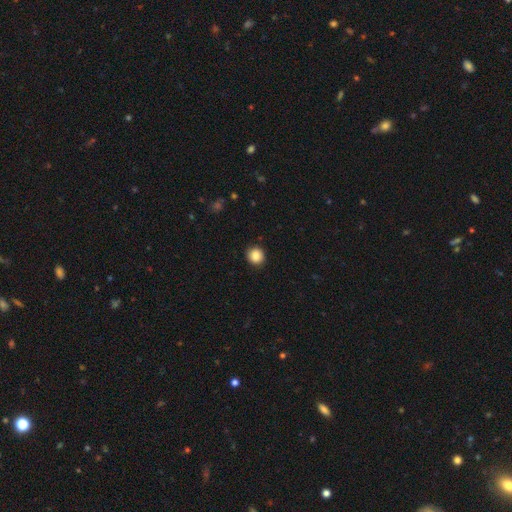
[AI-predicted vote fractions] The model was most divided on "smooth or featured": smooth: 87%, star or artifact: 9%, featured or disk: 3%. More confident: how rounded — round (90%); merging — none (90%).